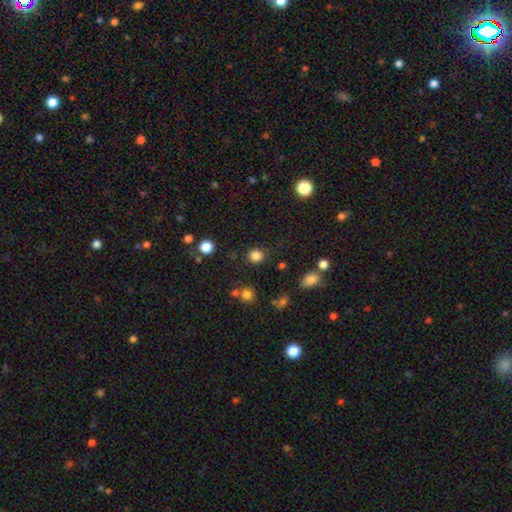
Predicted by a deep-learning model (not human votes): The model was most divided on "smooth or featured": smooth: 82%, star or artifact: 14%, featured or disk: 4%. More confident: how rounded — round (85%); merging — none (82%).